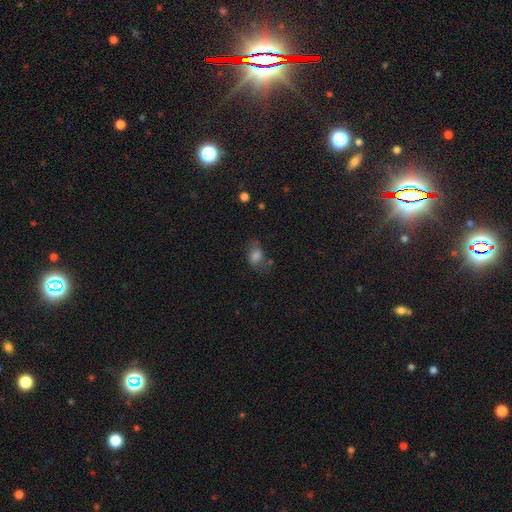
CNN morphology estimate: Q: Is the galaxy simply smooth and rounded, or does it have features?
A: smooth — 71%.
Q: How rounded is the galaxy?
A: in between — 77%.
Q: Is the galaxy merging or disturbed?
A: none — 54%.